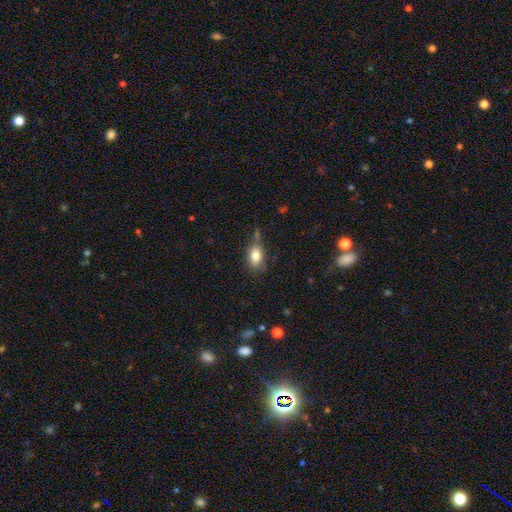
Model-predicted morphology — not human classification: smooth_or_featured: smooth (p=0.81) [alt: featured or disk p=0.10]
how_rounded: in between (p=0.79) [alt: round p=0.19]
merging: none (p=0.63) [alt: minor disturbance p=0.23]